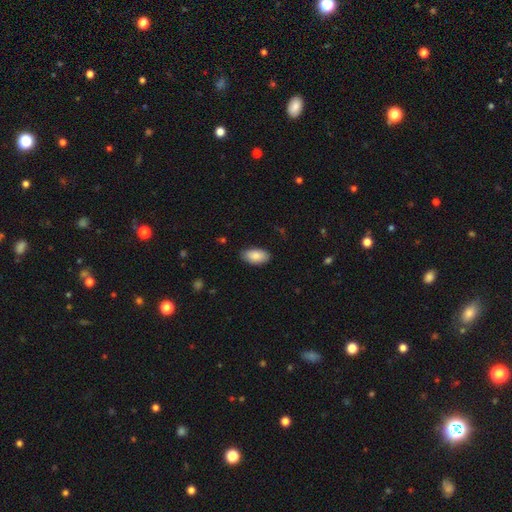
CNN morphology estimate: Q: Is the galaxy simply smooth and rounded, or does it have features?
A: smooth — 87%.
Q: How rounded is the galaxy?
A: in between — 95%.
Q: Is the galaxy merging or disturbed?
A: none — 85%.